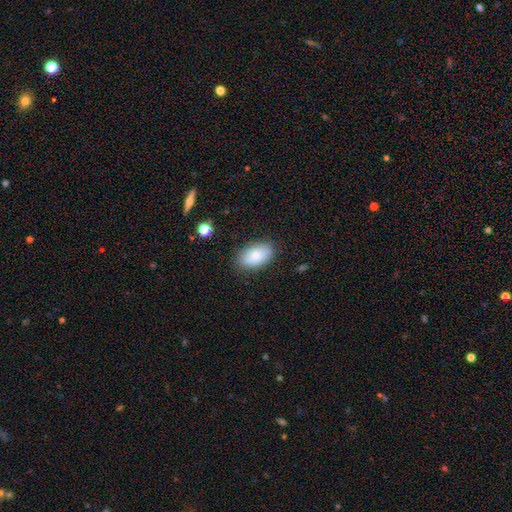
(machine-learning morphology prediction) Smooth or featured? smooth (83%)
How rounded? in between (93%)
Merging? none (82%)